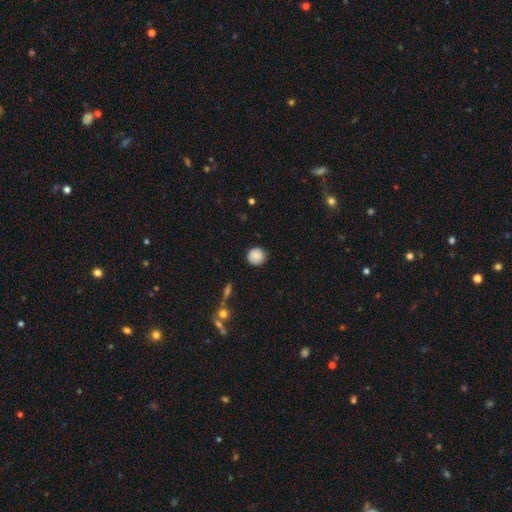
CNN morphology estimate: A smooth galaxy with no disk features (87%) that is round (94%). Merging: none (90%).